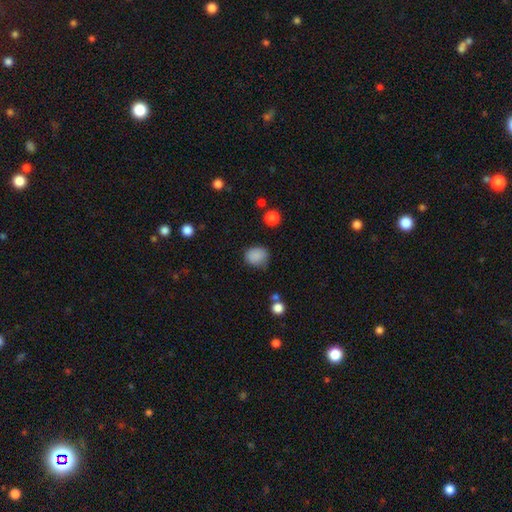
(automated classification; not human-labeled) Smooth or featured?
  - smooth: 86% *
  - star or artifact: 10%
  - featured or disk: 4%
How rounded?
  - round: 64% *
  - in between: 35%
  - cigar-shaped: 1%
Merging?
  - none: 71% *
  - minor disturbance: 22%
  - major disturbance: 5%
  - merger: 2%